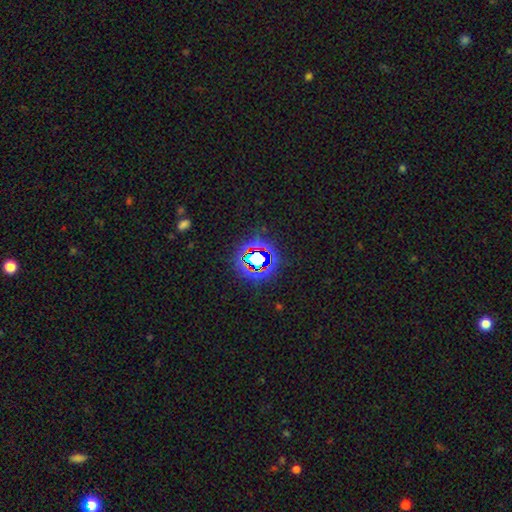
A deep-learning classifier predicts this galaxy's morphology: This appears to be a star or artifact, not a galaxy (72%).